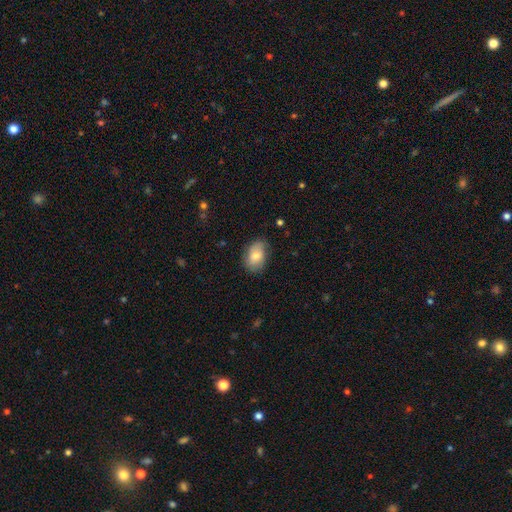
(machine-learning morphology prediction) This appears to be a smooth galaxy with no disk features (74%) that is in between round and cigar-shaped (84%). Merging: none (73%).